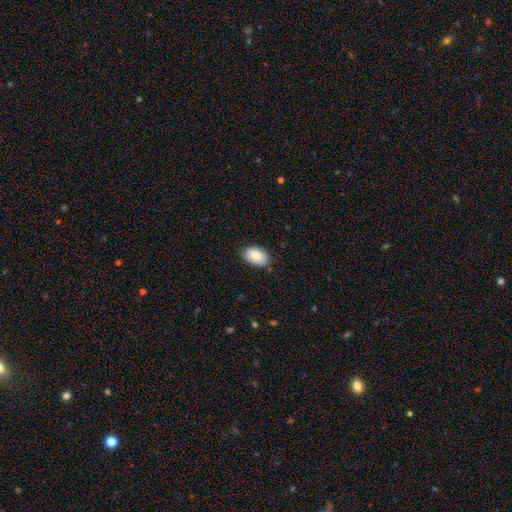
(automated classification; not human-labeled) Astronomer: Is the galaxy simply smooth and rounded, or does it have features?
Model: smooth — 86%.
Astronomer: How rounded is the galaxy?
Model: in between — 92%.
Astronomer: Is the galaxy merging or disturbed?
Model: none — 82%.